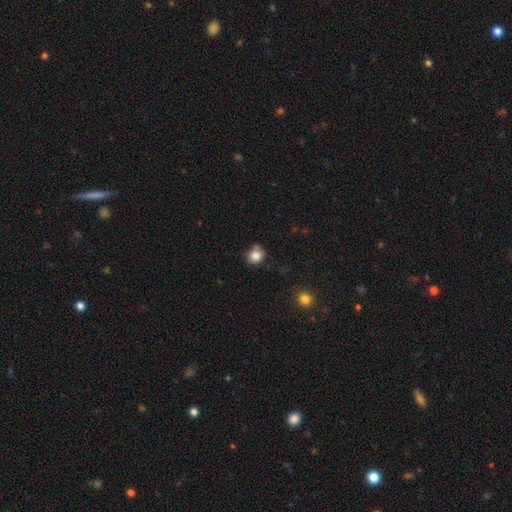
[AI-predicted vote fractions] Smooth or featured? smooth (83%)
How rounded? round (79%)
Merging? none (71%)